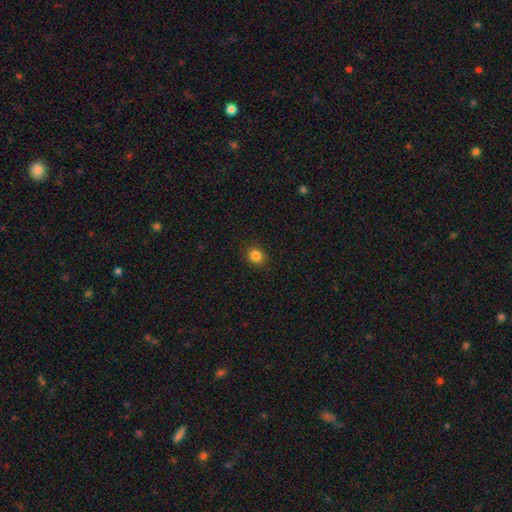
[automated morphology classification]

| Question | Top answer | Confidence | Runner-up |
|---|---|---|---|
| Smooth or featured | smooth | 84% | star or artifact (11%) |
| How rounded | round | 77% | in between (23%) |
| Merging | none | 90% | minor disturbance (7%) |